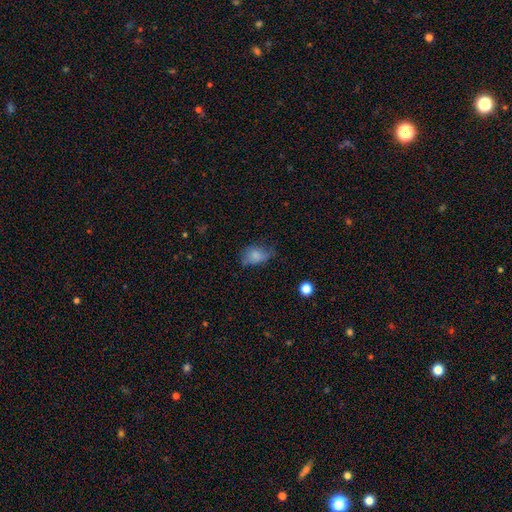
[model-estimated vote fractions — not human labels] Smooth or featured? Predicted: smooth (p=0.78). How rounded? Predicted: in between (p=0.79). Merging? Predicted: none (p=0.45).